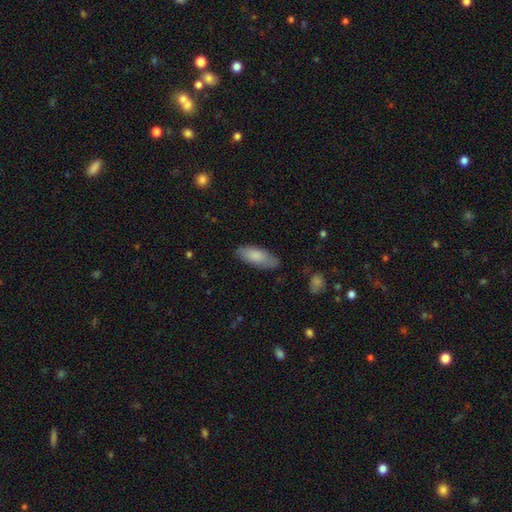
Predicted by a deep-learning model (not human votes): This appears to be a smooth galaxy with no disk features (82%) that is in between round and cigar-shaped (72%). Merging: none (79%).